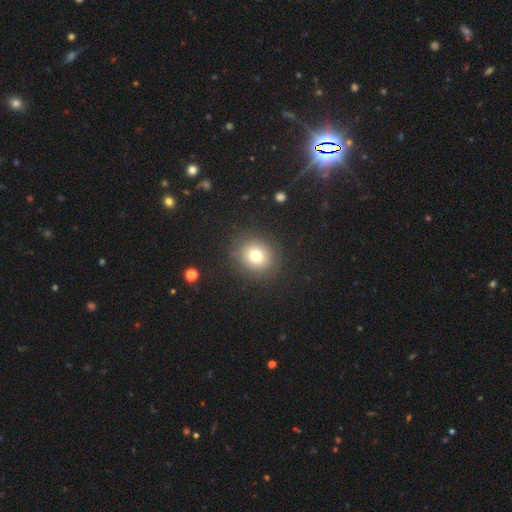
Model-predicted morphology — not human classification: type=smooth (75%); roundness=round (83%); merging=none (88%).